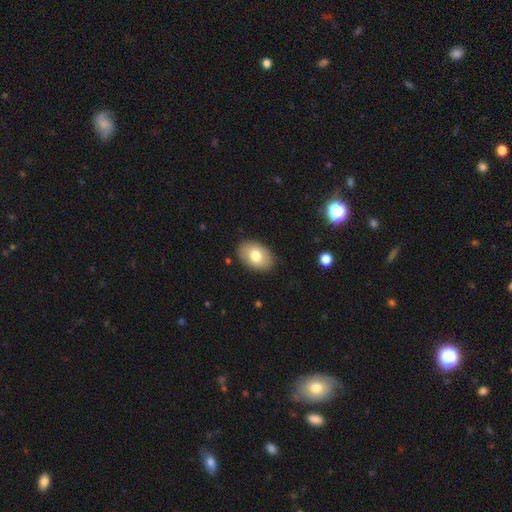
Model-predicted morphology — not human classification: smooth_or_featured: smooth (p=0.75) [alt: featured or disk p=0.18]
how_rounded: in between (p=0.87) [alt: round p=0.12]
merging: none (p=0.87) [alt: minor disturbance p=0.09]